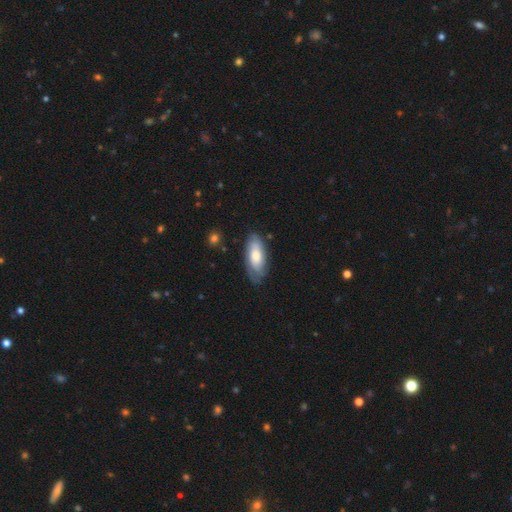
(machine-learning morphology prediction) Overall: smooth (55%; featured or disk 39%). How rounded: in between (84%). Merging: none (72%).